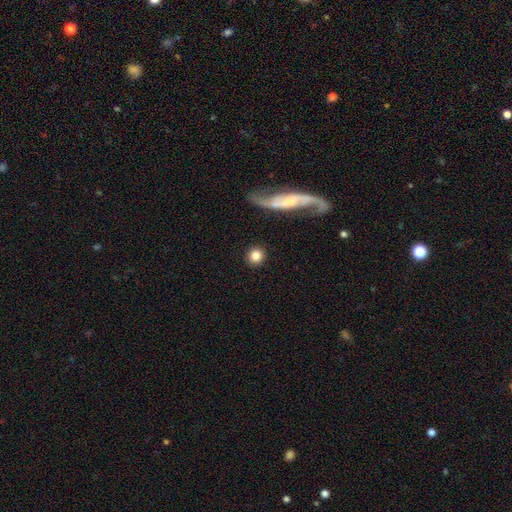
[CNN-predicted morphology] smooth_or_featured: smooth (p=0.82) [alt: featured or disk p=0.10]
how_rounded: round (p=0.90) [alt: in between p=0.08]
merging: none (p=0.89) [alt: minor disturbance p=0.05]